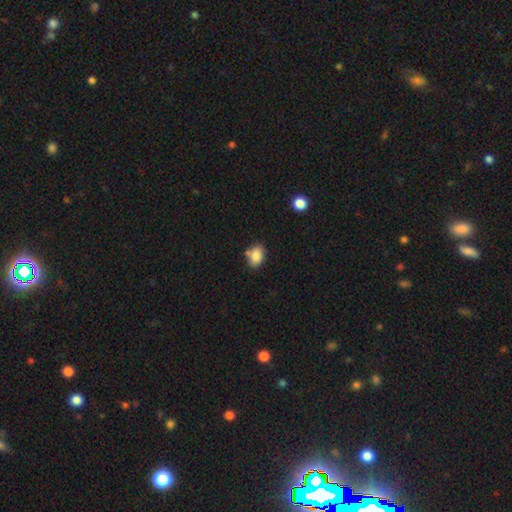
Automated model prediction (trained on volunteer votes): Overall: smooth (85%). How rounded: in between (77%). Merging: none (67%).